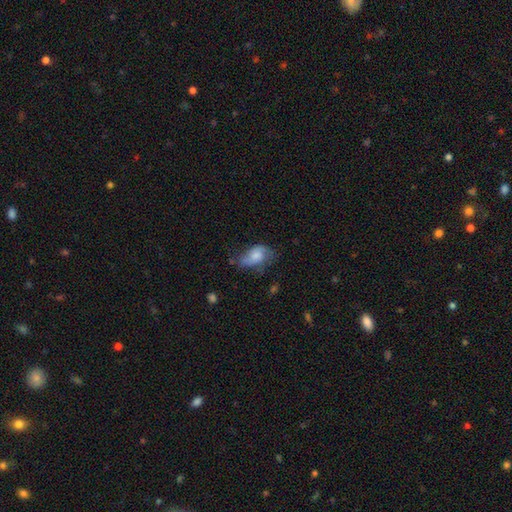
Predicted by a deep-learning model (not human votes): Smooth or featured? smooth (53%)
How rounded? in between (86%)
Merging? none (41%)